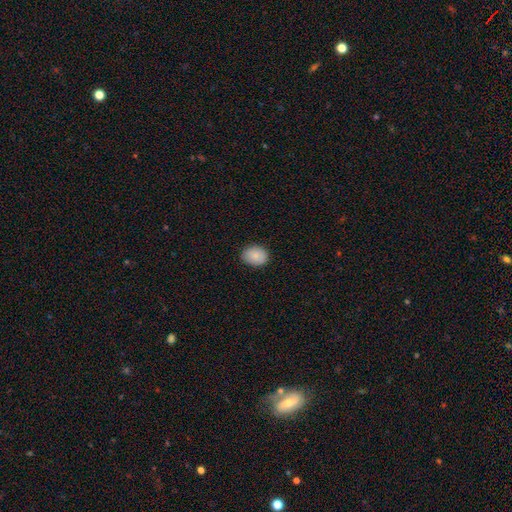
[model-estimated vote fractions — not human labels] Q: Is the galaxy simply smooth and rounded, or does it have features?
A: smooth — 86%.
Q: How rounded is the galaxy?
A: in between — 62%.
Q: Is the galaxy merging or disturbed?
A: none — 86%.